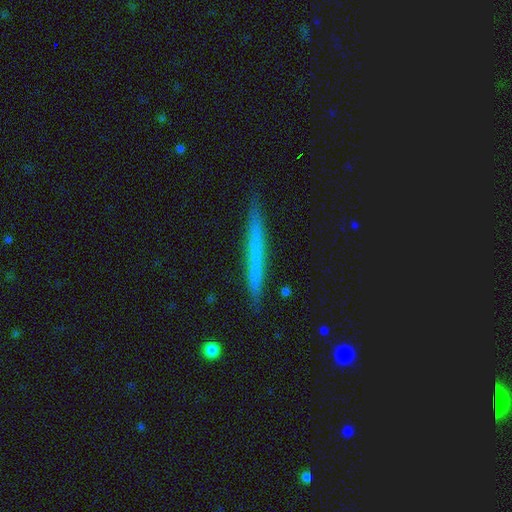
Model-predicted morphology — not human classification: smooth 55%, featured or disk 35%, star or artifact 10%. Down the decision tree: how rounded — cigar-shaped (96%); merging — none (90%).